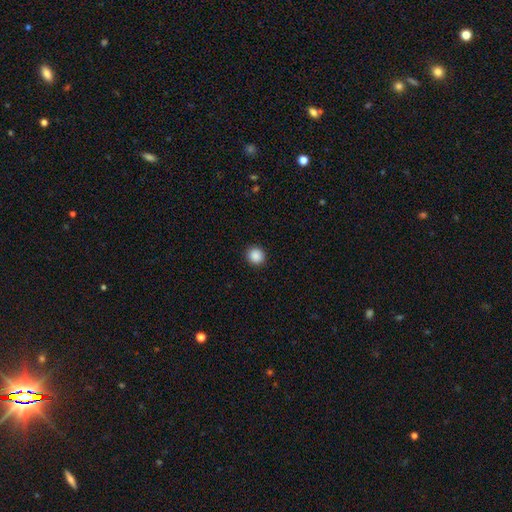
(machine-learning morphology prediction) smooth-or-featured: smooth: 89% | star or artifact: 9% | featured or disk: 2%
  how-rounded: round: 90% | in between: 9% | cigar-shaped: 1%
  merging: none: 92% | minor disturbance: 5% | major disturbance: 2% | merger: 1%